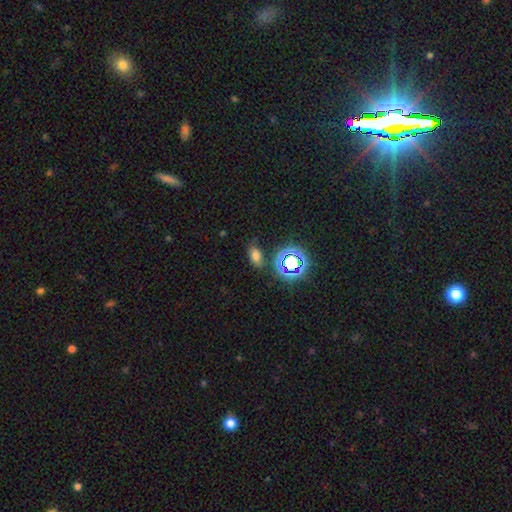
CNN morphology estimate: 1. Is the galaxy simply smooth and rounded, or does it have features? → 64% smooth, 27% star or artifact, 9% featured or disk.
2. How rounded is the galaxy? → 87% in between, 10% round, 3% cigar-shaped.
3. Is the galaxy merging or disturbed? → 75% none, 16% minor disturbance, 5% major disturbance, 4% merger.